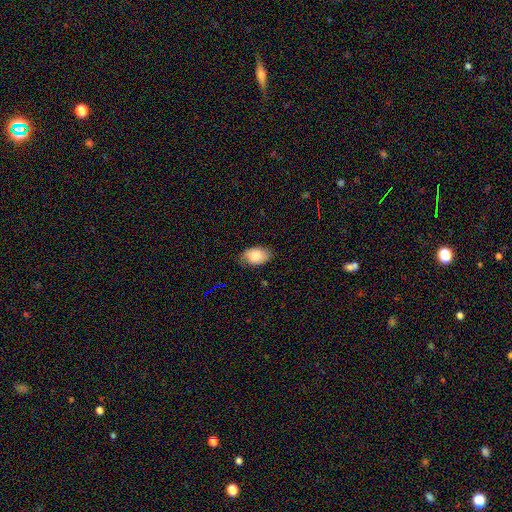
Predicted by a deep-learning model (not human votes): Morphology: type=smooth (79%); roundness=in between (91%); merging=none (77%).